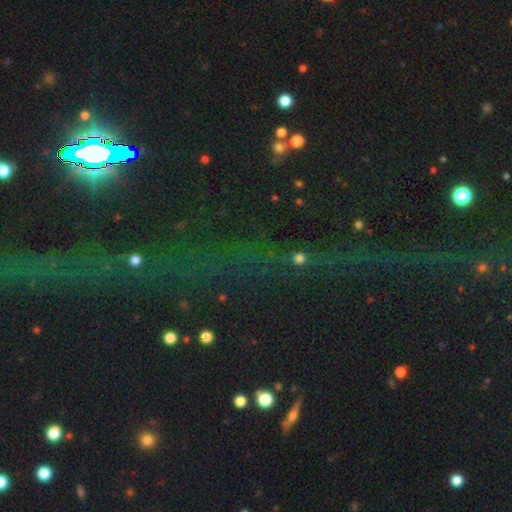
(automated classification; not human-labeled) Smooth or featured: star or artifact — 79% (smooth — 11%)